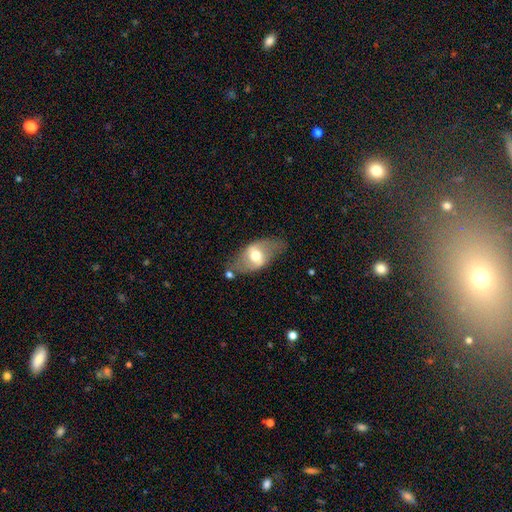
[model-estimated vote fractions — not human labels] A featured or disk galaxy (53%). Merging: none (65%).